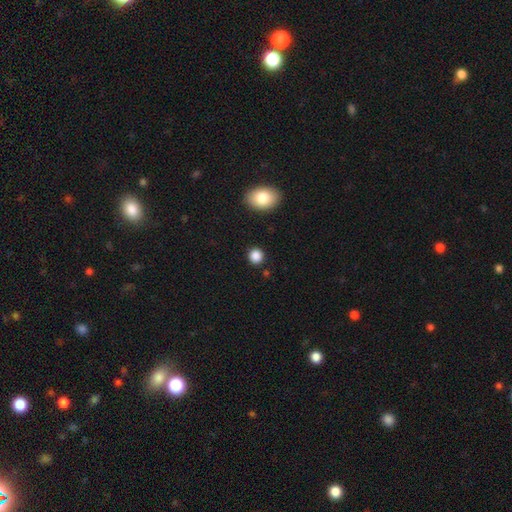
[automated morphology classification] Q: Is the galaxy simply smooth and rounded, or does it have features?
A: smooth — 87%.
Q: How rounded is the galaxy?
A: round — 87%.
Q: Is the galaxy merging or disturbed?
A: none — 89%.